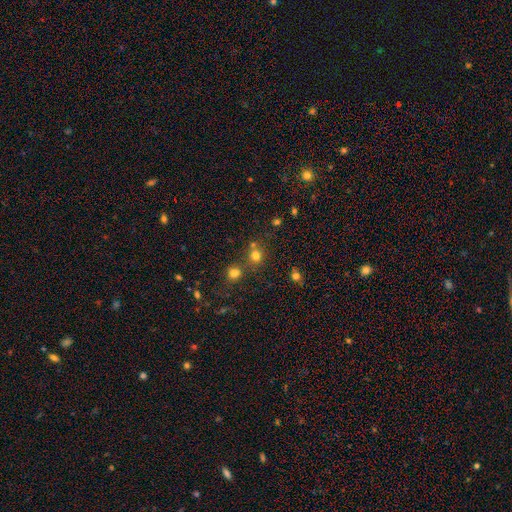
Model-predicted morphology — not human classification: Smooth or featured? smooth (73%)
How rounded? round (82%)
Merging? none (62%)